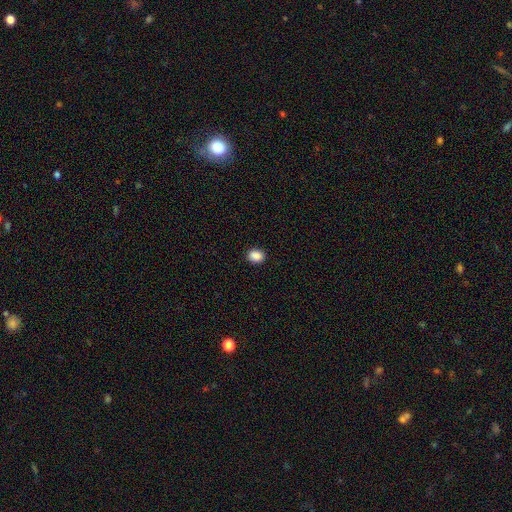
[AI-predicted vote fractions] A smooth galaxy with no disk features (89%) that is in between round and cigar-shaped (50%). Merging: none (91%).